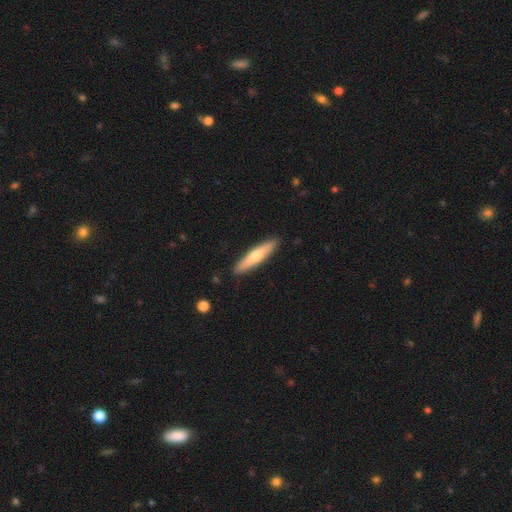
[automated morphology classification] Smooth or featured? Predicted: smooth (p=0.58). How rounded? Predicted: cigar-shaped (p=0.85). Merging? Predicted: none (p=0.90).